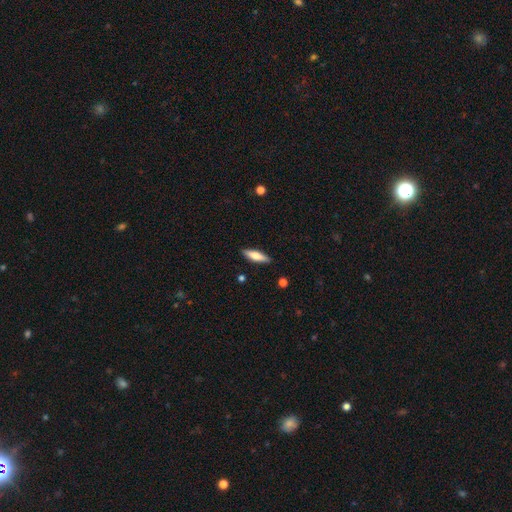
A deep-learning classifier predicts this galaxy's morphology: Smooth or featured?
  - smooth: 60% *
  - featured or disk: 34%
  - star or artifact: 6%
How rounded?
  - cigar-shaped: 63% *
  - in between: 35%
  - round: 2%
Merging?
  - none: 89% *
  - minor disturbance: 8%
  - major disturbance: 2%
  - merger: 1%